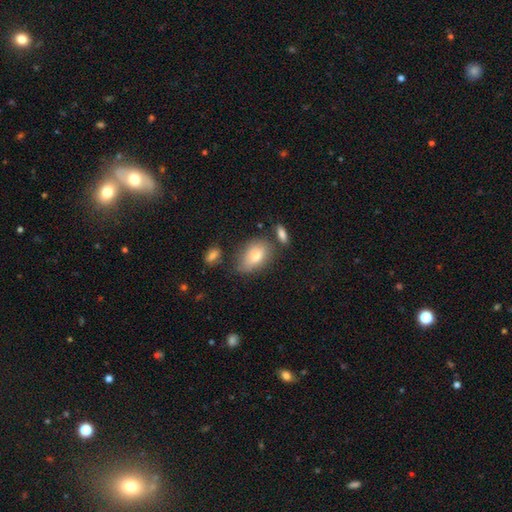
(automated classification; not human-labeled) smooth-or-featured: smooth: 76% | featured or disk: 16% | star or artifact: 9%
  how-rounded: in between: 88% | round: 10% | cigar-shaped: 2%
  merging: none: 62% | minor disturbance: 22% | merger: 10% | major disturbance: 6%